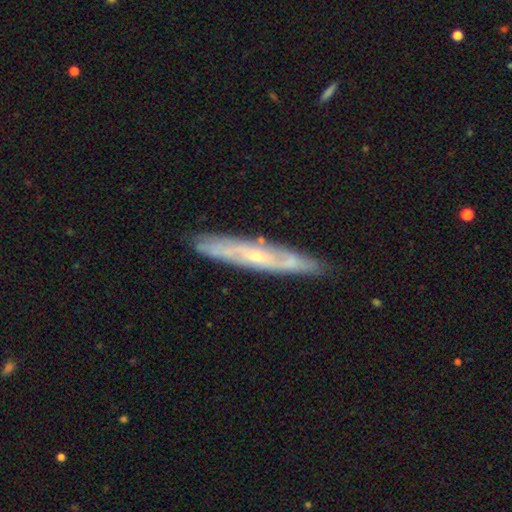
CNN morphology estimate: The model was most divided on "edge-on disk": yes: 66%, no: 34%. More confident: merging — none (82%); smooth or featured — featured or disk (71%).